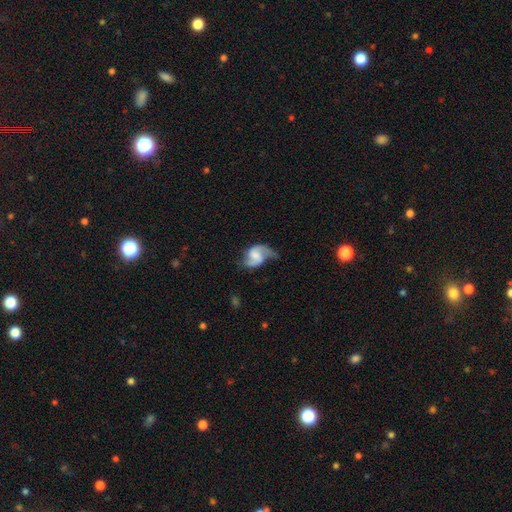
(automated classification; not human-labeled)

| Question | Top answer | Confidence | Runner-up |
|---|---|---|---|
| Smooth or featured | featured or disk | 76% | smooth (17%) |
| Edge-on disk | no | 98% | yes (2%) |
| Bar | weak | 49% | no (34%) |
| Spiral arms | yes | 93% | no (7%) |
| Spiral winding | loose | 48% | medium (40%) |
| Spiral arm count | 2 | 84% | 1 (9%) |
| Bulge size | none | 33% | small (27%) |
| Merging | none | 47% | minor disturbance (28%) |